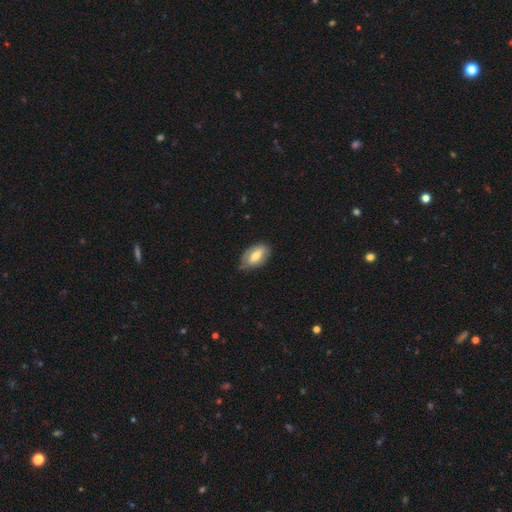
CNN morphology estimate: smooth_or_featured: smooth (p=0.58) [alt: featured or disk p=0.35]
how_rounded: in between (p=0.91) [alt: round p=0.06]
merging: none (p=0.61) [alt: minor disturbance p=0.32]